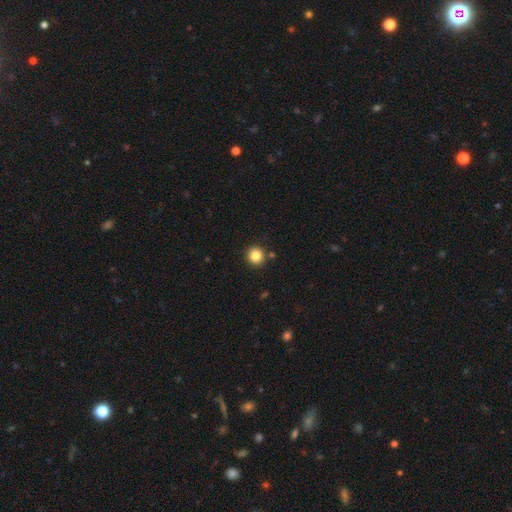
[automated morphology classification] A smooth galaxy with no disk features (85%) that is round (93%). Merging: none (88%).